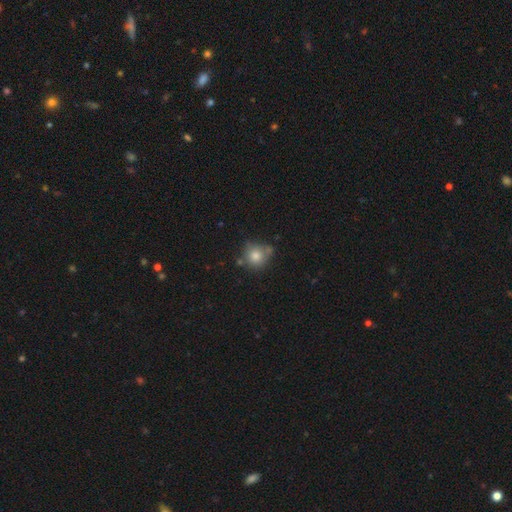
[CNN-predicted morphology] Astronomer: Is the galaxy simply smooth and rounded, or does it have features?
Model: smooth — 79%.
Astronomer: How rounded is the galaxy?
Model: round — 88%.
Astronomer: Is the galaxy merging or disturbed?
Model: none — 62%.